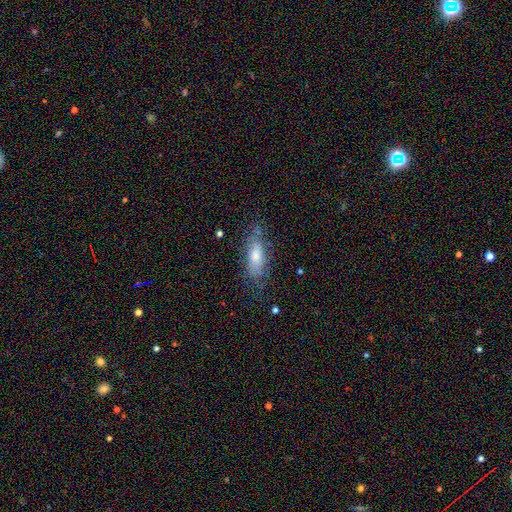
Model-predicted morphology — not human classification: Q: Smooth or featured?
A: smooth (60%); runner-up: featured or disk (31%)
Q: How rounded?
A: in between (71%); runner-up: cigar-shaped (27%)
Q: Merging?
A: none (68%); runner-up: minor disturbance (22%)